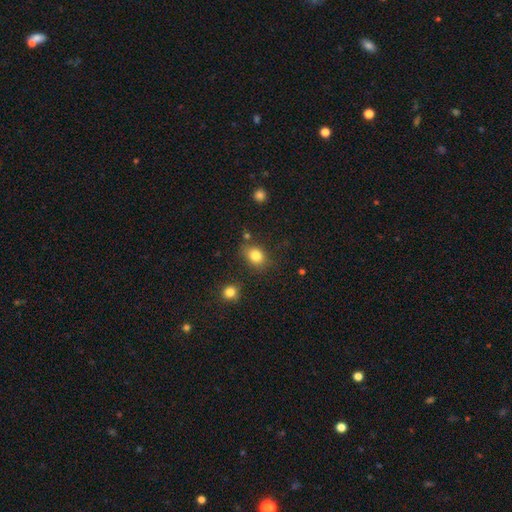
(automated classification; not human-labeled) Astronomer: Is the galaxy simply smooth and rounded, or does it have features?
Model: smooth — 82%.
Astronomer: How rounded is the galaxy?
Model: in between — 60% (runner-up: round, 39%).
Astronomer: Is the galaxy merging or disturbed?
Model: none — 75%.